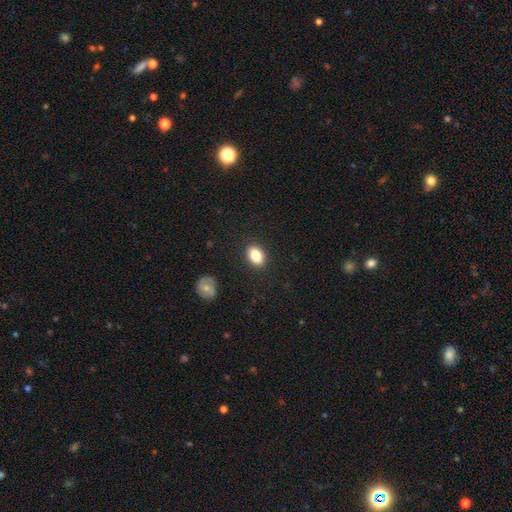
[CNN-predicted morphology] smooth_or_featured: smooth (p=0.84) [alt: star or artifact p=0.08]
how_rounded: in between (p=0.83) [alt: round p=0.16]
merging: none (p=0.88) [alt: minor disturbance p=0.08]